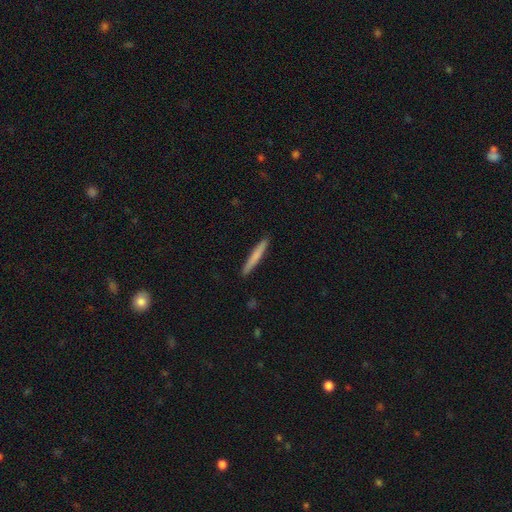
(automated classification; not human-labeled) The model was most divided on "smooth or featured": smooth: 72%, featured or disk: 23%, star or artifact: 5%. More confident: how rounded — cigar-shaped (96%); merging — none (92%).